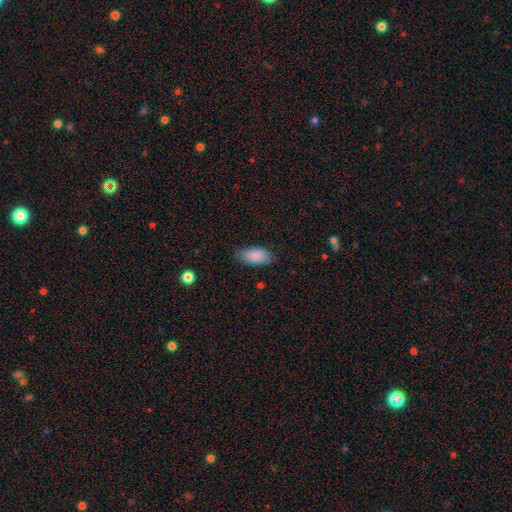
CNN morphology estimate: A smooth galaxy with no disk features (87%) that is in between round and cigar-shaped (91%).

Vote fractions:
- Smooth or featured? smooth: 87% / featured or disk: 7% / star or artifact: 6%
- How rounded? in between: 91% / cigar-shaped: 7% / round: 2%
- Merging? none: 76% / minor disturbance: 19% / major disturbance: 4% / merger: 1%